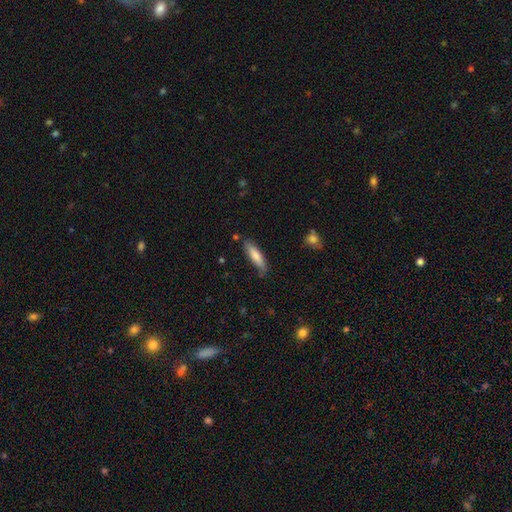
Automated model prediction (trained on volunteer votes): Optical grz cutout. It shows a smooth galaxy with no disk features (77%) that is cigar-shaped (72%). Merging: none (77%).